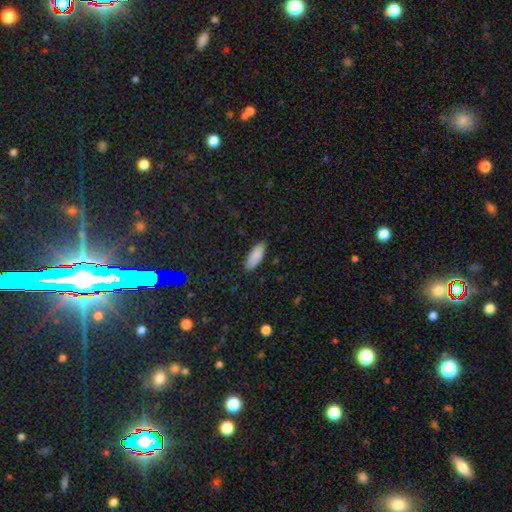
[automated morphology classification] smooth_or_featured: smooth (p=0.87) [alt: star or artifact p=0.07]
how_rounded: in between (p=0.78) [alt: cigar-shaped p=0.20]
merging: none (p=0.86) [alt: minor disturbance p=0.11]